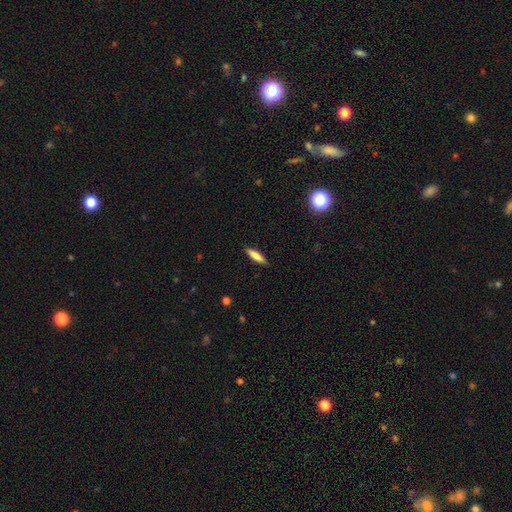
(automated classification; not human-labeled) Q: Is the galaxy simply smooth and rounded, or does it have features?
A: smooth — 79%.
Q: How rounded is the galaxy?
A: cigar-shaped — 74%.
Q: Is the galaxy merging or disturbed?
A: none — 89%.